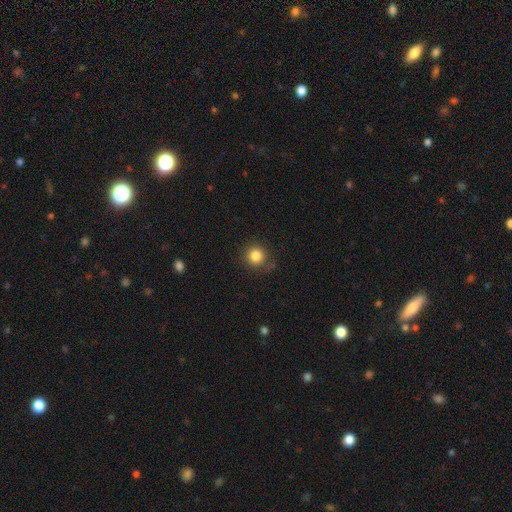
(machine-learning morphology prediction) Smooth or featured?
  - smooth: 84% *
  - star or artifact: 11%
  - featured or disk: 5%
How rounded?
  - round: 92% *
  - in between: 7%
  - cigar-shaped: 1%
Merging?
  - none: 83% *
  - minor disturbance: 11%
  - major disturbance: 4%
  - merger: 2%